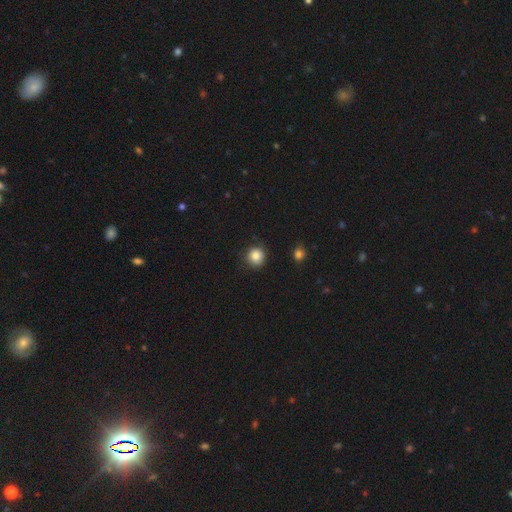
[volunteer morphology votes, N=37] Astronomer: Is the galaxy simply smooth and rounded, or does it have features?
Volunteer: smooth — 84%.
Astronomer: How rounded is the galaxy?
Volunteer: round — 90%.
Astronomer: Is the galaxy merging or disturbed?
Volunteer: none — 82%.